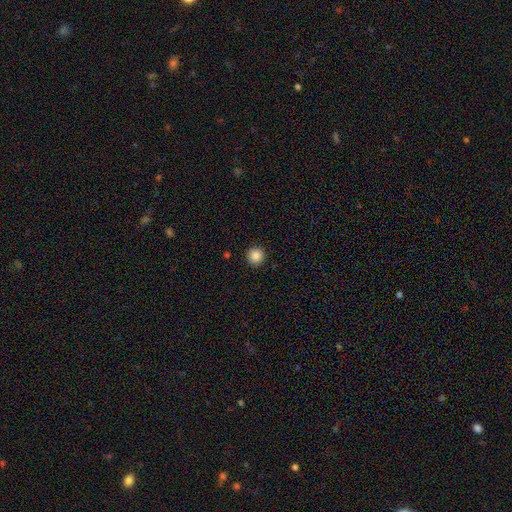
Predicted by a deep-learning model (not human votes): Q: Smooth or featured?
A: smooth (88%); runner-up: star or artifact (10%)
Q: How rounded?
A: round (95%); runner-up: in between (4%)
Q: Merging?
A: none (92%); runner-up: minor disturbance (5%)